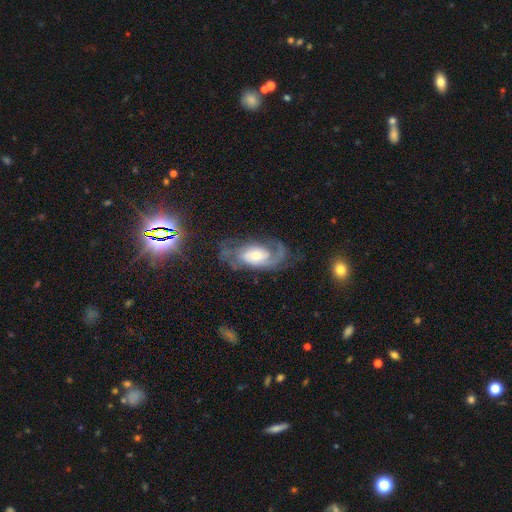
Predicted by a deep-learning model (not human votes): Smooth or featured?
  - featured or disk: 79% *
  - smooth: 15%
  - star or artifact: 6%
Edge-on disk?
  - no: 95% *
  - yes: 5%
Bar?
  - no: 68% *
  - weak: 25%
  - strong: 6%
Spiral arms?
  - yes: 91% *
  - no: 9%
Spiral winding?
  - medium: 41% *
  - tight: 36%
  - loose: 22%
Spiral arm count?
  - 2: 45% *
  - can't tell: 25%
  - 1: 13%
  - 3: 10%
  - 4: 4%
  - more than 4: 3%
Bulge size?
  - small: 44% *
  - moderate: 43%
  - large: 10%
  - dominant: 2%
  - none: 2%
Merging?
  - none: 54% *
  - major disturbance: 23%
  - minor disturbance: 20%
  - merger: 2%